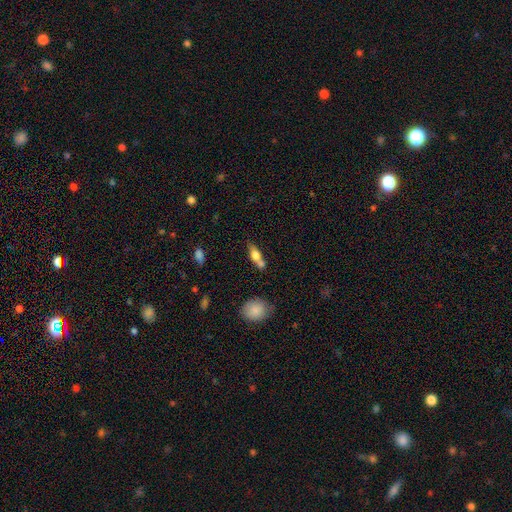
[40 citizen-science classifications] This is likely a smooth galaxy (75%). How rounded: possibly in between (47%). Merging: possibly merger (48%).